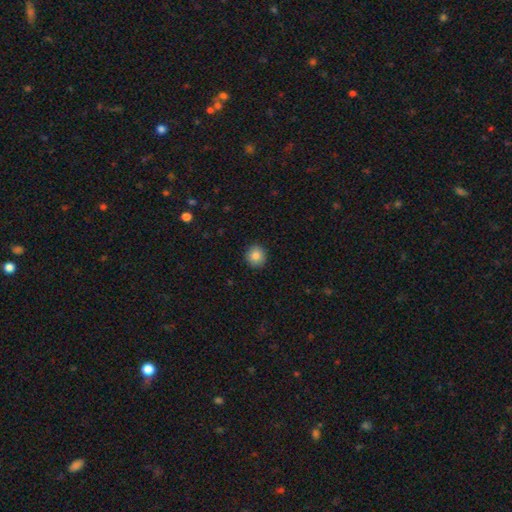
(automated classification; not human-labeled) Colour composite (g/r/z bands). It shows a smooth galaxy with no disk features (86%) that is round (91%). Merging: none (91%).